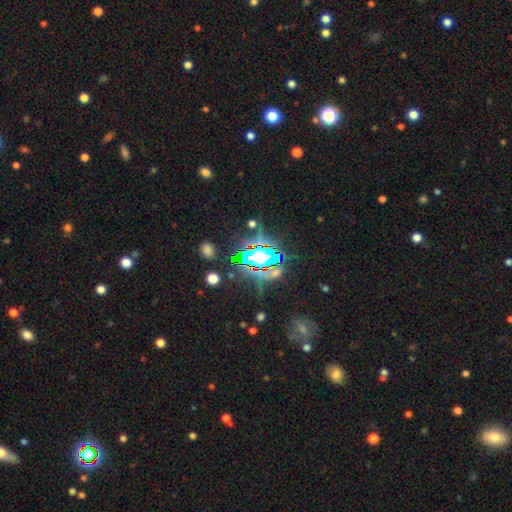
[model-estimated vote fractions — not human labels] Smooth or featured? star or artifact (79%)